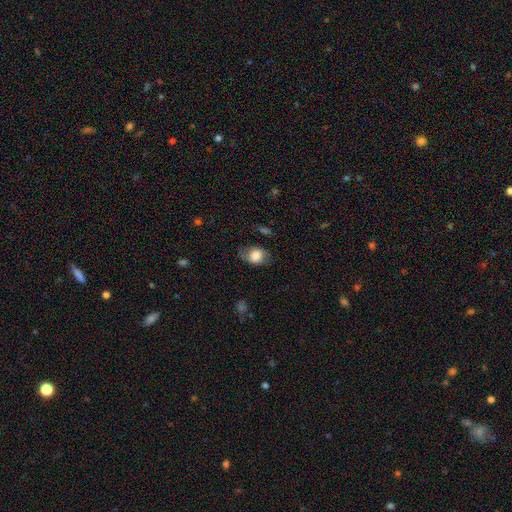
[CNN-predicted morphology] smooth_or_featured: smooth (p=0.78) [alt: featured or disk p=0.13]
how_rounded: in between (p=0.53) [alt: round p=0.46]
merging: none (p=0.61) [alt: minor disturbance p=0.26]